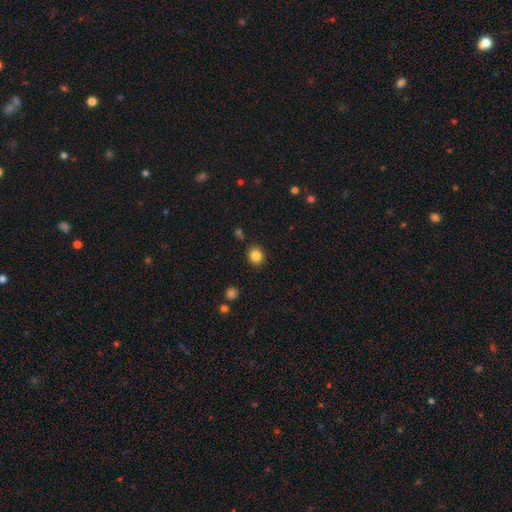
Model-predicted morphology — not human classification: smooth 85%, star or artifact 11%, featured or disk 4%. Down the decision tree: how rounded — round (81%); merging — none (87%).